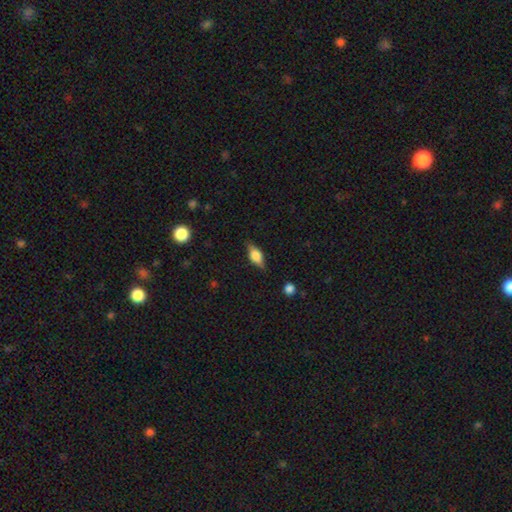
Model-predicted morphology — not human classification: A smooth galaxy with no disk features (52%) that is in between round and cigar-shaped (75%). Merging: none (80%).